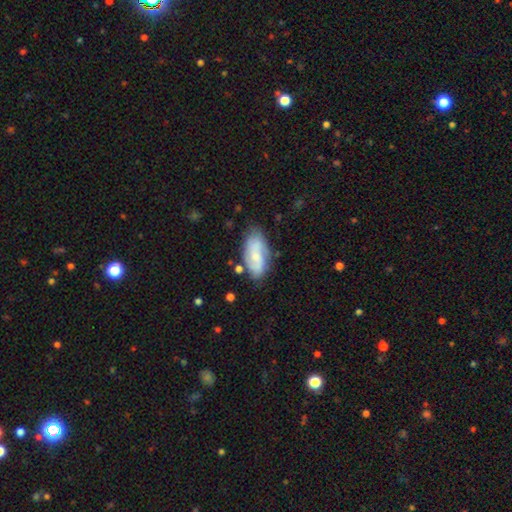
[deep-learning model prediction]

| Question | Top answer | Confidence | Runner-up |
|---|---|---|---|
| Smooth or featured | featured or disk | 58% | smooth (35%) |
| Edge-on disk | no | 94% | yes (6%) |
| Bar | no | 54% | weak (38%) |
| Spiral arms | yes | 90% | no (10%) |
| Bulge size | small | 51% | moderate (31%) |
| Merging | none | 70% | minor disturbance (21%) |